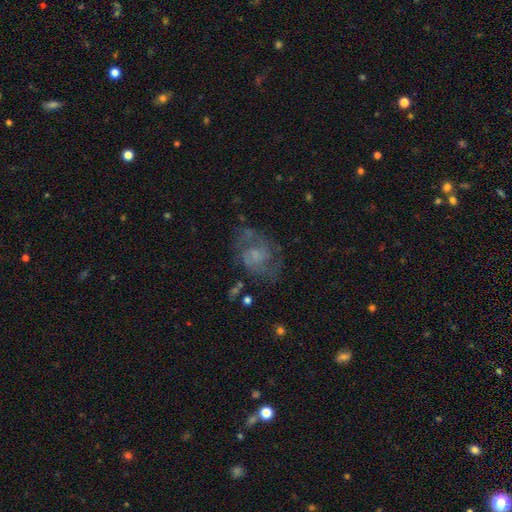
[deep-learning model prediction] Smooth or featured? featured or disk (67%)
Edge-on disk? no (98%)
Bar? no (66%)
Spiral arms? yes (81%)
Spiral winding? medium (50%)
Spiral arm count? 2 (59%)
Bulge size? none (43%)
Merging? none (59%)